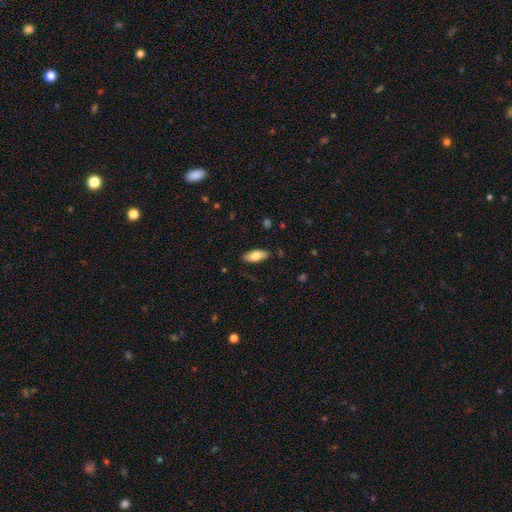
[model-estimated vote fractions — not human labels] Q: Smooth or featured?
A: smooth (81%); runner-up: featured or disk (13%)
Q: How rounded?
A: in between (85%); runner-up: cigar-shaped (13%)
Q: Merging?
A: none (84%); runner-up: minor disturbance (12%)